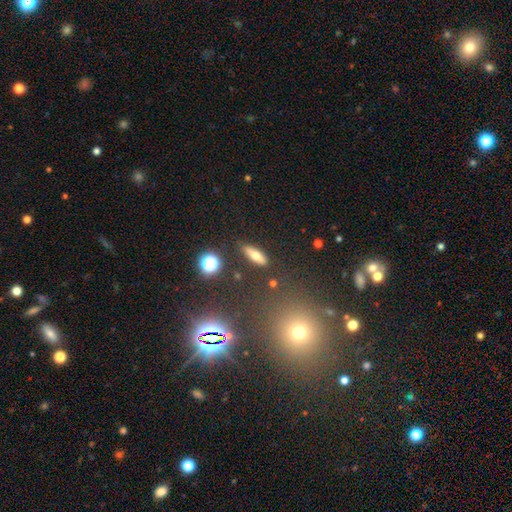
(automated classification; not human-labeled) A smooth galaxy with no disk features (64%) that is in between round and cigar-shaped (52%).

Vote fractions:
- Smooth or featured? smooth: 64% / featured or disk: 24% / star or artifact: 12%
- How rounded? in between: 52% / cigar-shaped: 43% / round: 5%
- Merging? none: 83% / minor disturbance: 11% / merger: 3% / major disturbance: 3%